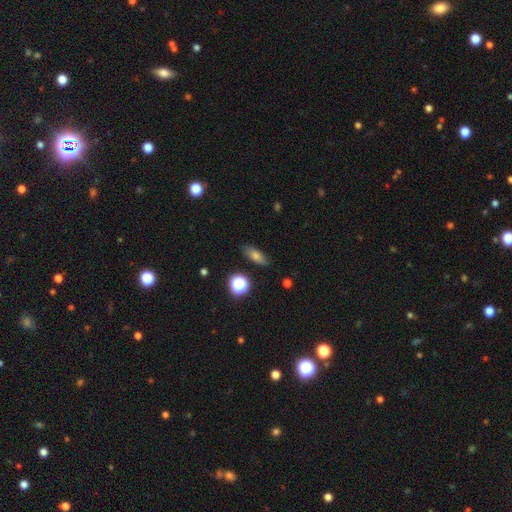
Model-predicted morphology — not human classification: This is likely a smooth galaxy (64%). How rounded: likely in between (62%). Merging: clearly none (86%).